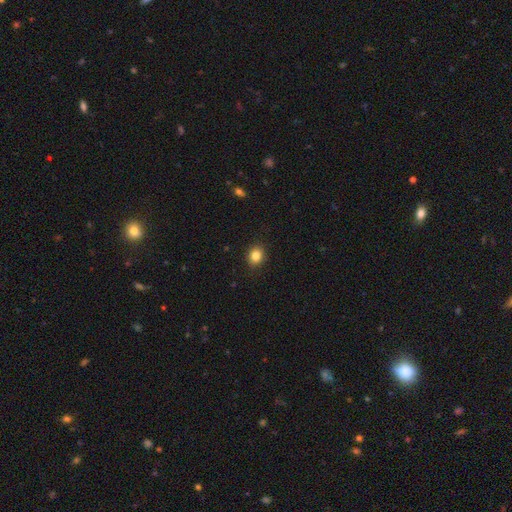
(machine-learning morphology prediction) Smooth or featured: smooth — 84% (star or artifact — 11%)
How rounded: round — 68% (in between — 31%)
Merging: none — 90% (minor disturbance — 7%)